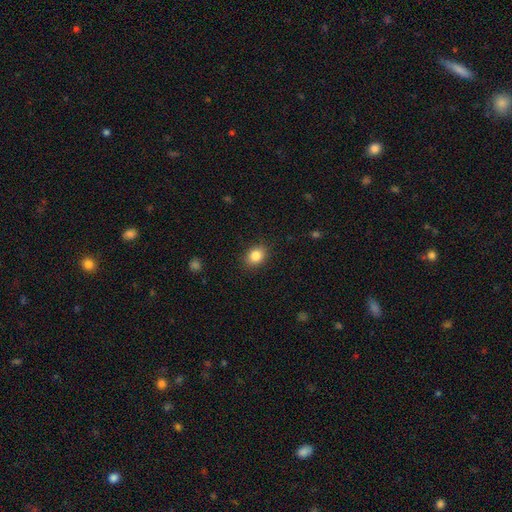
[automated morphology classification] smooth 85%, star or artifact 9%, featured or disk 6%. Down the decision tree: how rounded — in between (56%); merging — none (87%).